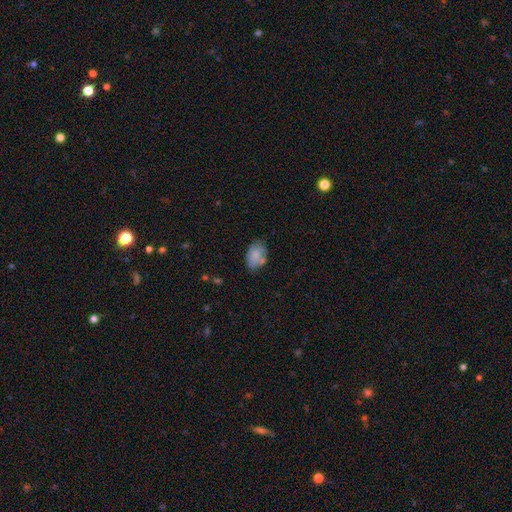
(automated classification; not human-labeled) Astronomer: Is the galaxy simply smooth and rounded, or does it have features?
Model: smooth — 80%.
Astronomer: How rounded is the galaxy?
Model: in between — 87%.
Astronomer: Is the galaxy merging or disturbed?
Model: none — 63%.